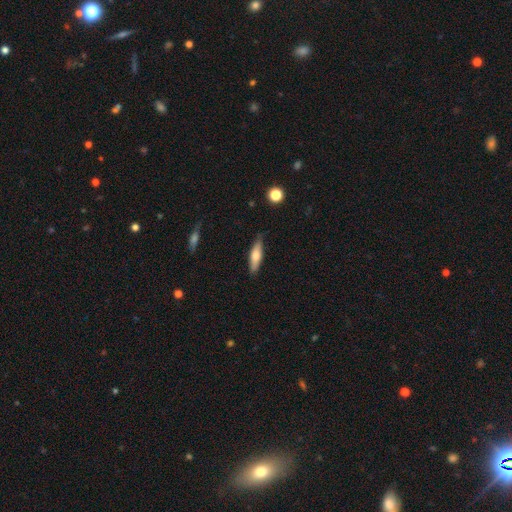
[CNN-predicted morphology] smooth 66%, featured or disk 28%, star or artifact 6%. Down the decision tree: how rounded — cigar-shaped (64%); merging — none (80%).